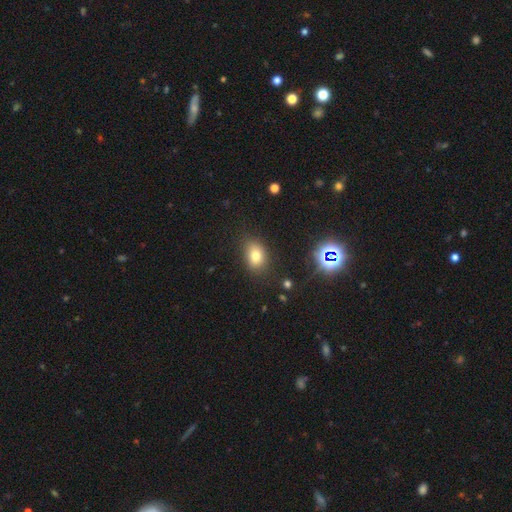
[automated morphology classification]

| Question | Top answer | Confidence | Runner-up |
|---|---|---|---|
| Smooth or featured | smooth | 74% | star or artifact (15%) |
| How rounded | in between | 72% | round (26%) |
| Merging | none | 79% | minor disturbance (15%) |